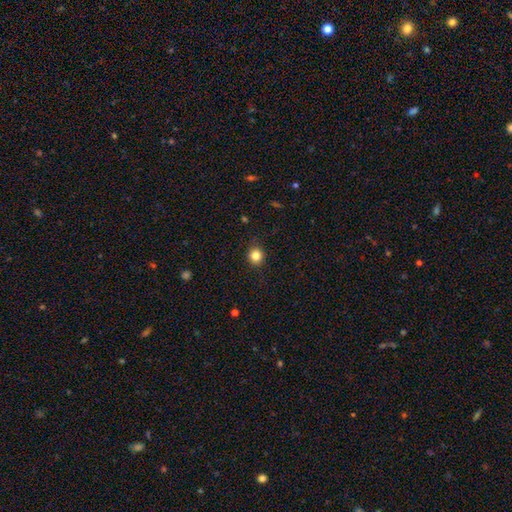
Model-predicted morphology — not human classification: The model was most divided on "smooth or featured": smooth: 83%, star or artifact: 12%, featured or disk: 5%. More confident: merging — none (88%); how rounded — round (86%).